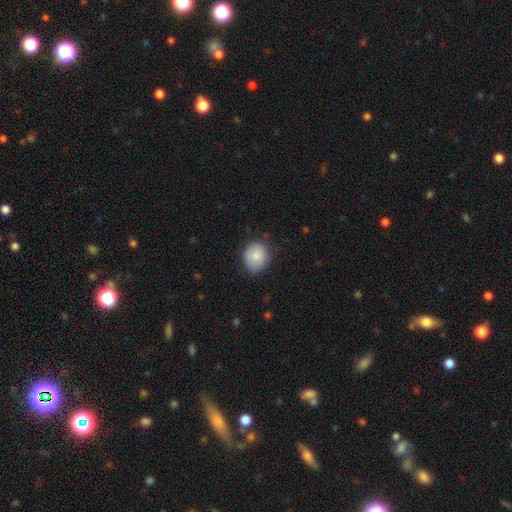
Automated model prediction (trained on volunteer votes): Smooth or featured? smooth (85%)
How rounded? round (74%)
Merging? none (71%)